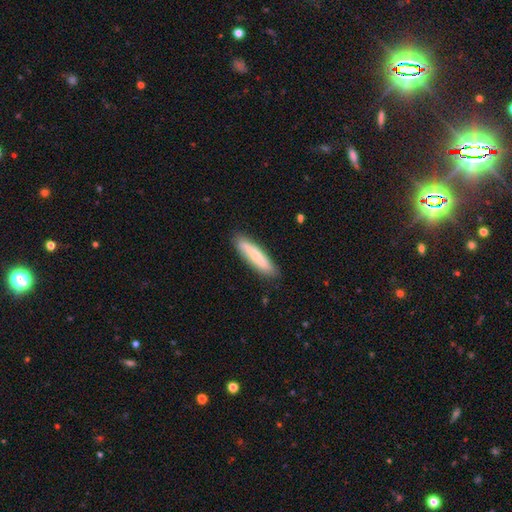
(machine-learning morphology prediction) A smooth galaxy with no disk features (65%) that is cigar-shaped (82%).

Vote fractions:
- Smooth or featured? smooth: 65% / featured or disk: 29% / star or artifact: 6%
- How rounded? cigar-shaped: 82% / in between: 17% / round: 1%
- Merging? none: 86% / minor disturbance: 10% / major disturbance: 2% / merger: 1%